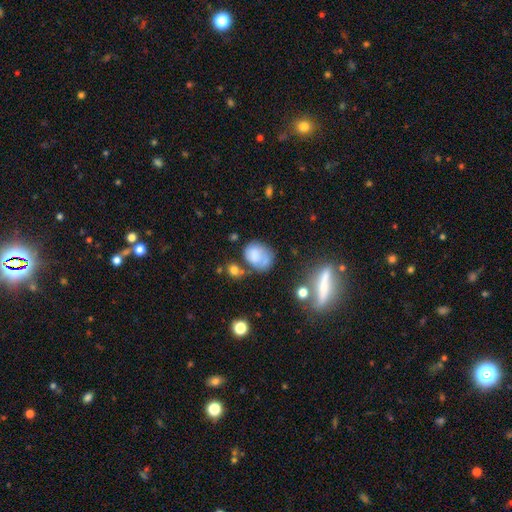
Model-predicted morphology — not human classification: Smooth or featured? smooth (65%)
How rounded? in between (60%)
Merging? none (39%)